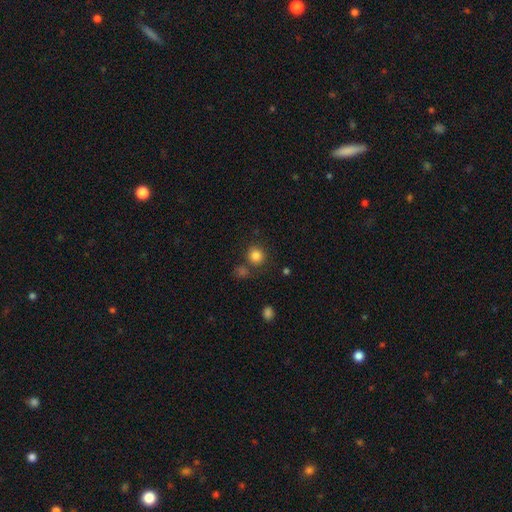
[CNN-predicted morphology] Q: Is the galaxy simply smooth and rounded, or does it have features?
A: smooth — 83%.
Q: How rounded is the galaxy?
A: round — 91%.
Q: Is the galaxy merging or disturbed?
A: none — 77%.